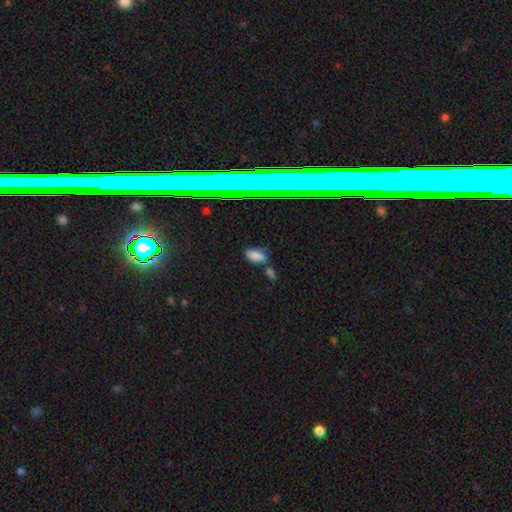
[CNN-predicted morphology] Q: Smooth or featured?
A: smooth (73%); runner-up: star or artifact (17%)
Q: How rounded?
A: in between (91%); runner-up: round (5%)
Q: Merging?
A: none (54%); runner-up: merger (20%)